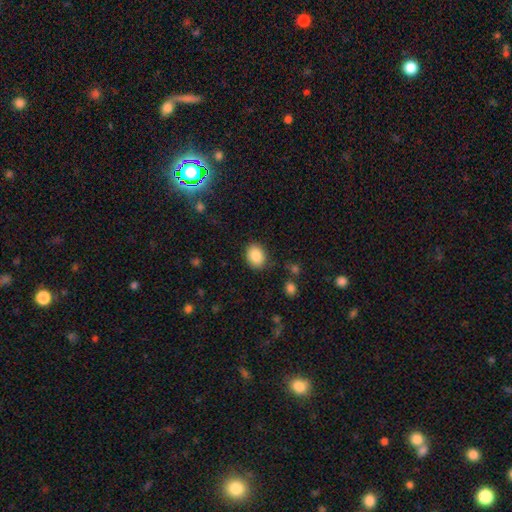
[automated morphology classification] smooth-or-featured: smooth: 86% | star or artifact: 8% | featured or disk: 5%
  how-rounded: in between: 53% | round: 46% | cigar-shaped: 1%
  merging: none: 84% | minor disturbance: 11% | major disturbance: 3% | merger: 2%